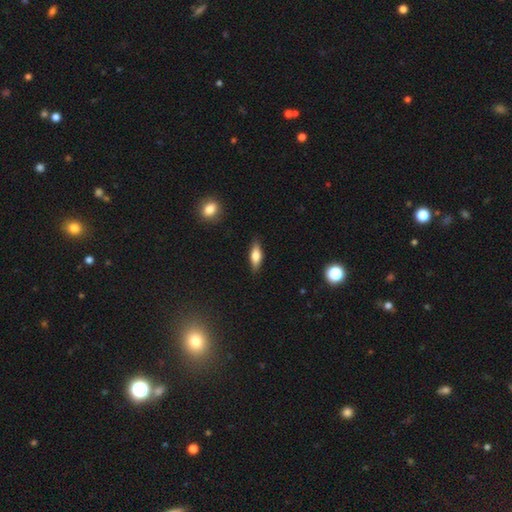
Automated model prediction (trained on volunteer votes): smooth_or_featured: smooth (p=0.62) [alt: featured or disk p=0.31]
how_rounded: in between (p=0.58) [alt: cigar-shaped p=0.39]
merging: none (p=0.86) [alt: minor disturbance p=0.11]